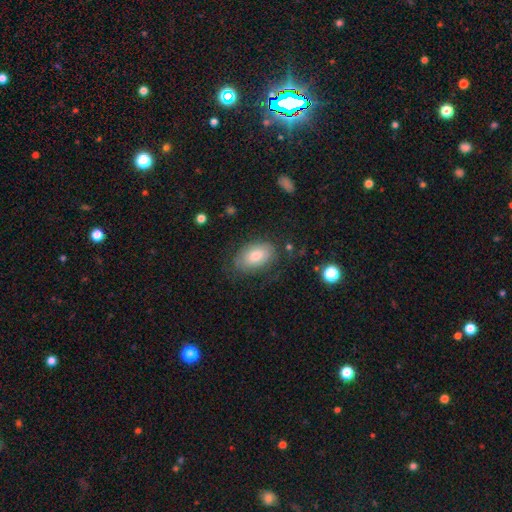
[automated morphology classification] type=smooth (70%); roundness=in between (91%); merging=none (69%).